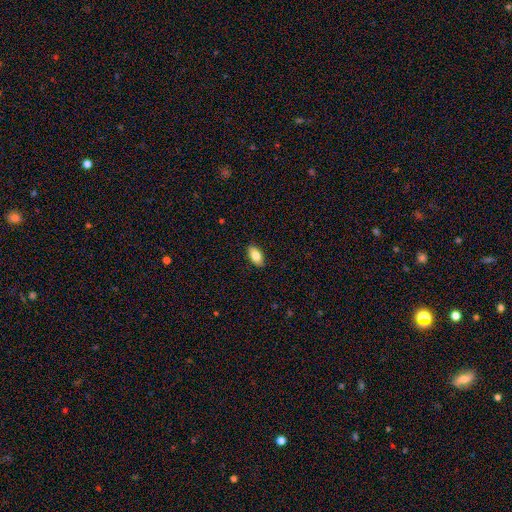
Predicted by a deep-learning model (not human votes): smooth-or-featured: smooth: 82% | featured or disk: 11% | star or artifact: 7%
  how-rounded: in between: 92% | cigar-shaped: 4% | round: 4%
  merging: none: 89% | minor disturbance: 8% | major disturbance: 2% | merger: 1%